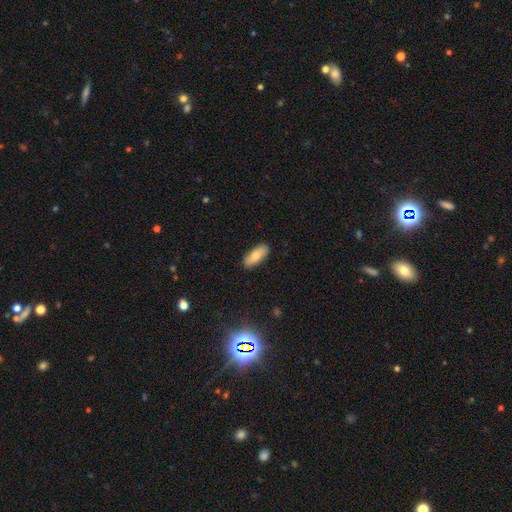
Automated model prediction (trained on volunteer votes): Smooth or featured? smooth (81%)
How rounded? in between (79%)
Merging? none (88%)